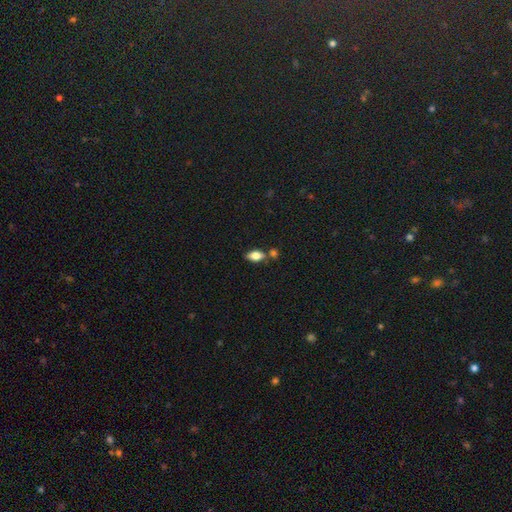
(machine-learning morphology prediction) This is likely a smooth galaxy (71%). How rounded: clearly in between (86%). Merging: likely none (65%).